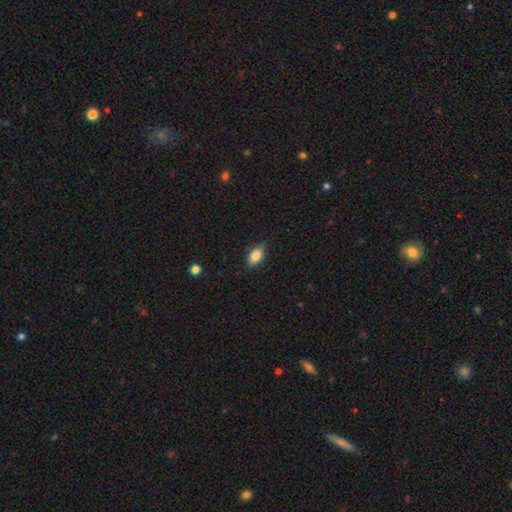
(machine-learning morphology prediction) smooth-or-featured: smooth: 82% | featured or disk: 10% | star or artifact: 8%
  how-rounded: in between: 88% | round: 7% | cigar-shaped: 5%
  merging: none: 84% | minor disturbance: 13% | major disturbance: 2% | merger: 1%